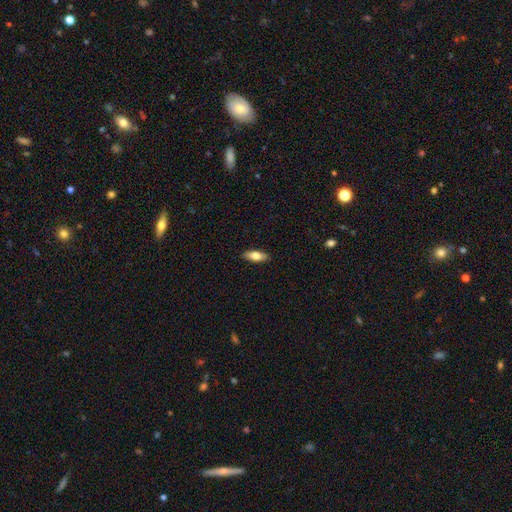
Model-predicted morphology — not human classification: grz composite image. It shows a smooth galaxy with no disk features (75%) that is in between round and cigar-shaped (76%). Merging: none (88%).